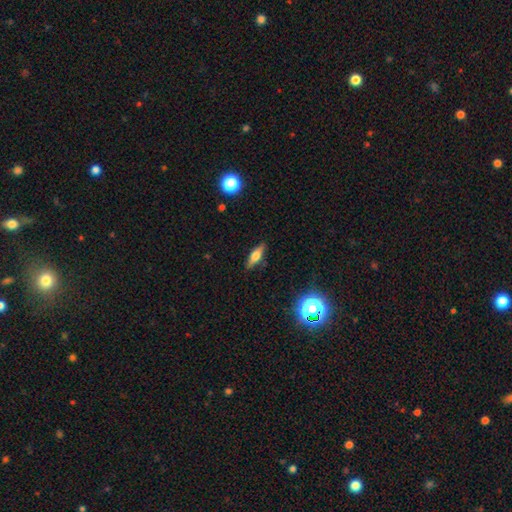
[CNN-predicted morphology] Q: Smooth or featured?
A: smooth (48%); runner-up: featured or disk (43%)
Q: Merging?
A: none (87%); runner-up: minor disturbance (9%)